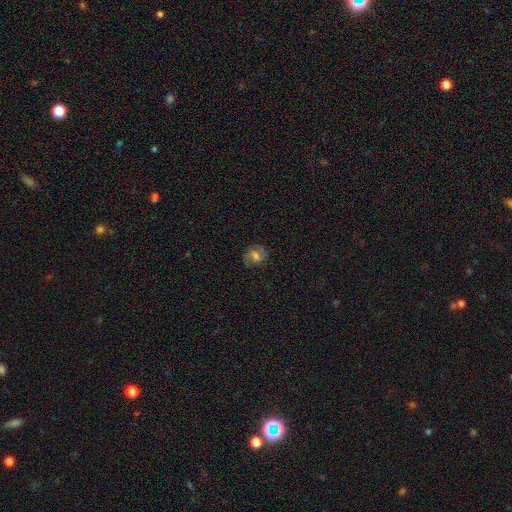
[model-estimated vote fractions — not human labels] Q: Smooth or featured?
A: featured or disk (48%); runner-up: smooth (41%)
Q: Merging?
A: none (77%); runner-up: minor disturbance (15%)